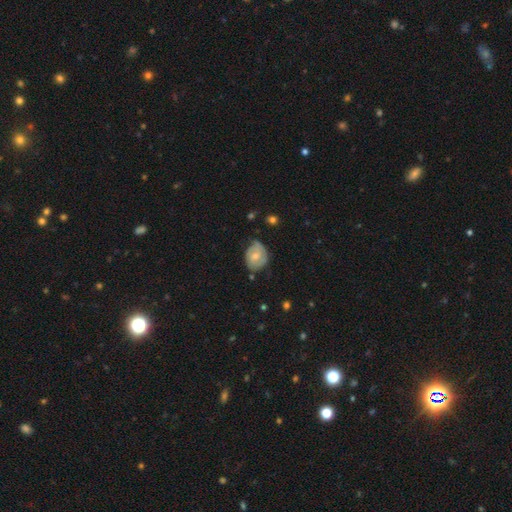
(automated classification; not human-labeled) The model was most divided on "smooth or featured": smooth: 52%, featured or disk: 41%, star or artifact: 7%. More confident: merging — none (58%); how rounded — in between (55%).